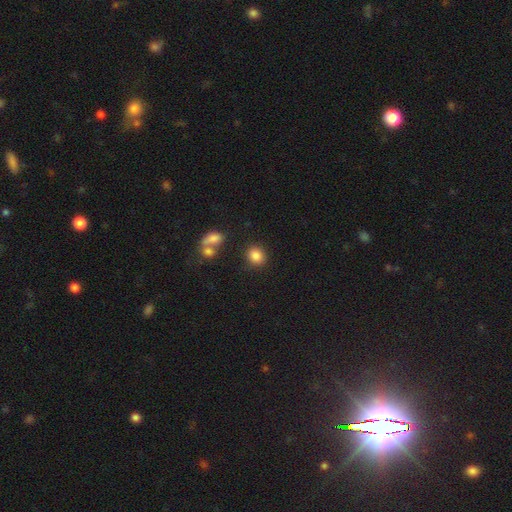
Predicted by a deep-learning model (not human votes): smooth 85%, star or artifact 10%, featured or disk 5%. Down the decision tree: how rounded — round (67%); merging — none (81%).